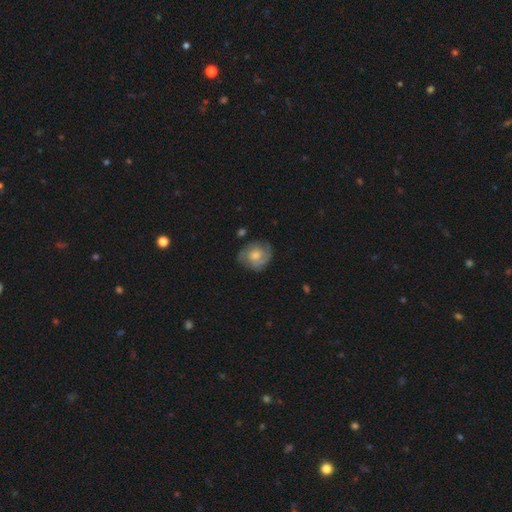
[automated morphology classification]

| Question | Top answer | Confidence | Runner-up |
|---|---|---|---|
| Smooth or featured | featured or disk | 54% | smooth (40%) |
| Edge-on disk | no | 97% | yes (3%) |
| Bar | no | 77% | weak (20%) |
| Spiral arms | yes | 79% | no (21%) |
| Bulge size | moderate | 55% | small (24%) |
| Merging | none | 70% | minor disturbance (22%) |